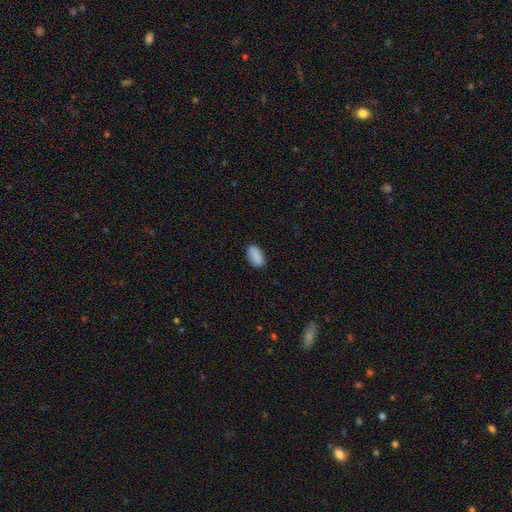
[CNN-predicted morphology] type=smooth (88%); roundness=in between (92%); merging=none (86%).